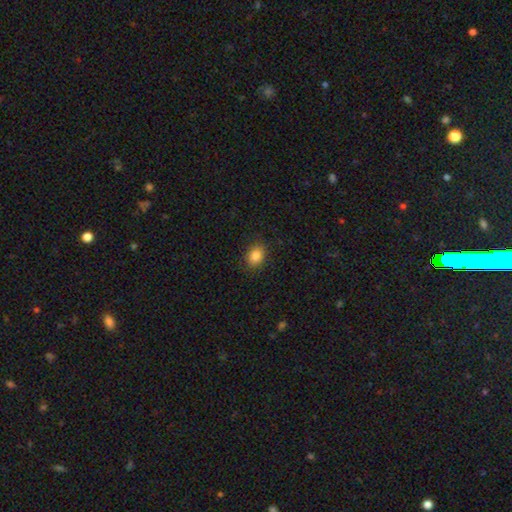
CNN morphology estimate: This is clearly a smooth galaxy (84%). How rounded: likely in between (60%). Merging: clearly none (88%).